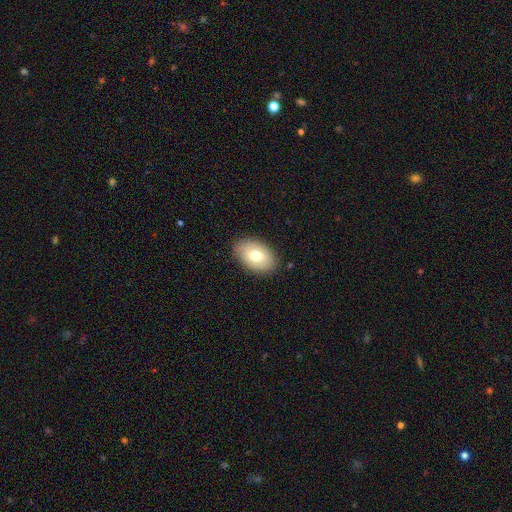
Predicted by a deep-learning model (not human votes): Smooth or featured? Predicted: smooth (p=0.73). How rounded? Predicted: in between (p=0.89). Merging? Predicted: none (p=0.86).